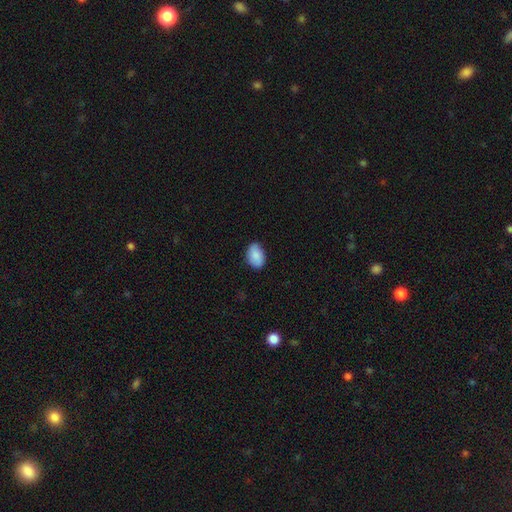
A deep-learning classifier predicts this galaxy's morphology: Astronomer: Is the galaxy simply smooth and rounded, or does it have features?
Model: smooth — 87%.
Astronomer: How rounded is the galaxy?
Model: in between — 86%.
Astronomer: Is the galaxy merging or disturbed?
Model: none — 84%.